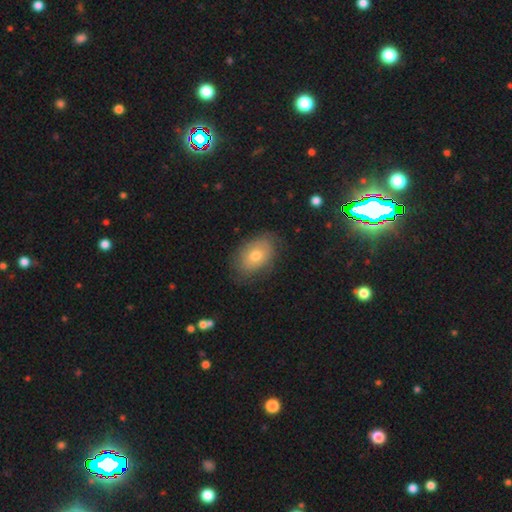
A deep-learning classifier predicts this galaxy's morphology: Q: Smooth or featured?
A: smooth (64%); runner-up: featured or disk (28%)
Q: How rounded?
A: in between (81%); runner-up: round (18%)
Q: Merging?
A: none (72%); runner-up: minor disturbance (20%)